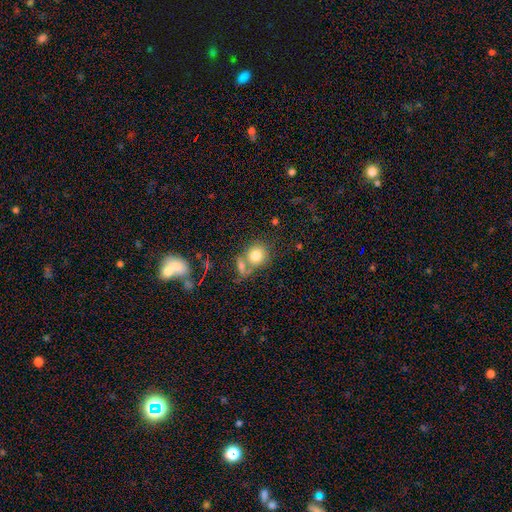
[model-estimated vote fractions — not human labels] smooth_or_featured: smooth (p=0.77) [alt: featured or disk p=0.13]
how_rounded: round (p=0.78) [alt: in between p=0.21]
merging: none (p=0.49) [alt: merger p=0.35]